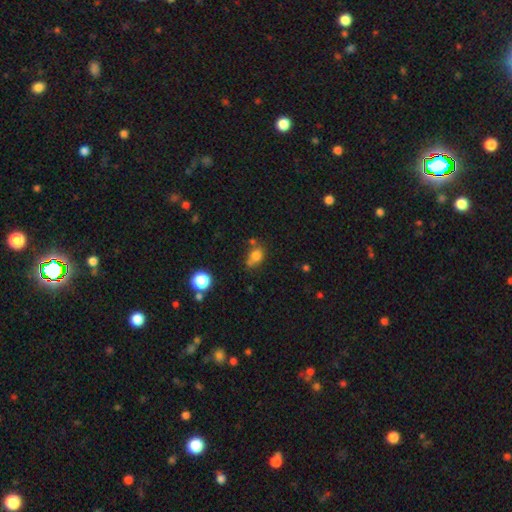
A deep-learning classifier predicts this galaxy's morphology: A smooth galaxy with no disk features (76%) that is round (58%). Merging: none (50%).